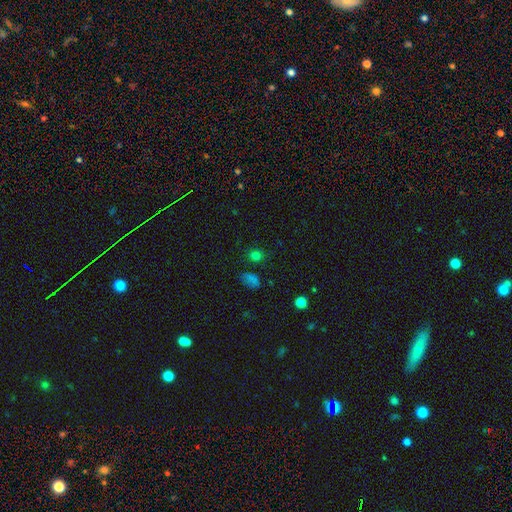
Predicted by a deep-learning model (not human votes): Smooth or featured: smooth — 70% (star or artifact — 25%)
How rounded: round — 65% (in between — 33%)
Merging: none — 78% (minor disturbance — 13%)